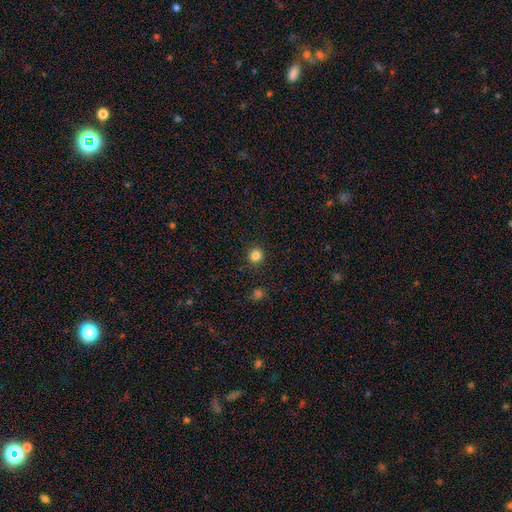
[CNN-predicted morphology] smooth_or_featured: smooth (p=0.83) [alt: star or artifact p=0.12]
how_rounded: round (p=0.92) [alt: in between p=0.07]
merging: none (p=0.91) [alt: minor disturbance p=0.05]